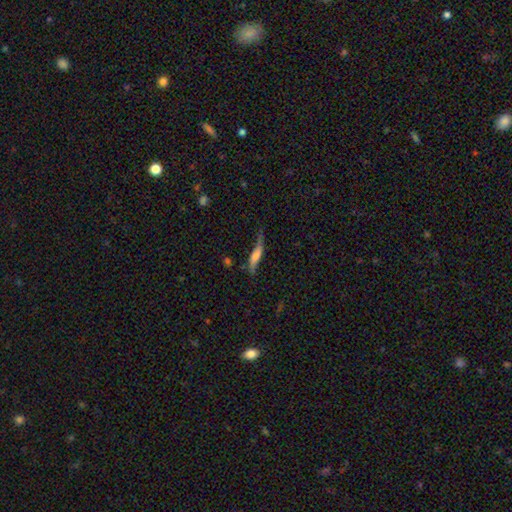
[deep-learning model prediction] Smooth or featured? Predicted: smooth (p=0.49). Merging? Predicted: none (p=0.50).